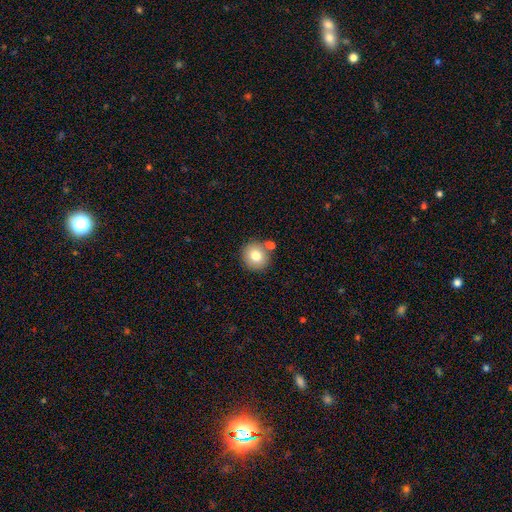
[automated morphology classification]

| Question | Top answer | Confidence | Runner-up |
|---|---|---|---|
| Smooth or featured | smooth | 77% | featured or disk (13%) |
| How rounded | round | 88% | in between (11%) |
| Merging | none | 74% | merger (14%) |